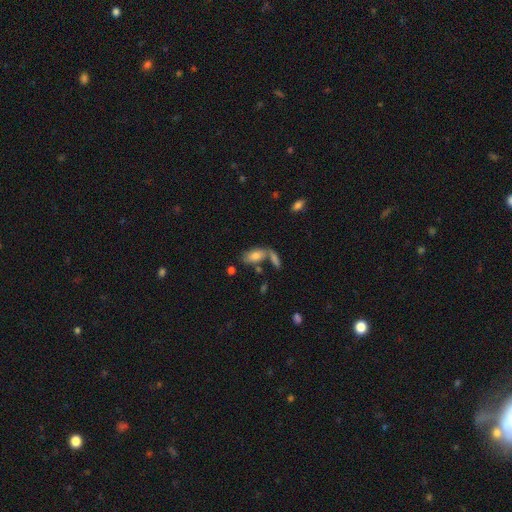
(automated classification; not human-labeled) Smooth or featured? Predicted: smooth (p=0.74). How rounded? Predicted: in between (p=0.87). Merging? Predicted: none (p=0.48).